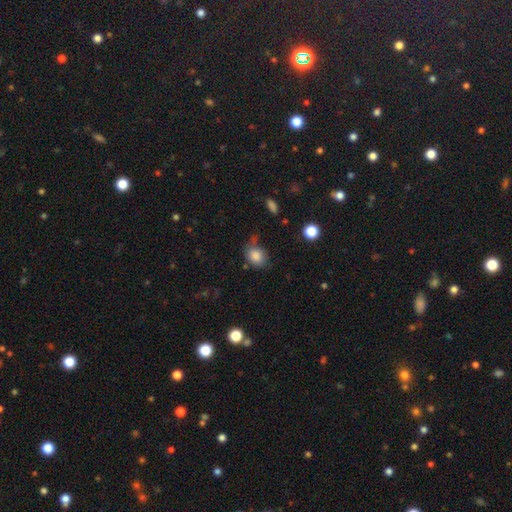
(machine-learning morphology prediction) Smooth or featured? smooth (84%)
How rounded? in between (50%)
Merging? none (52%)